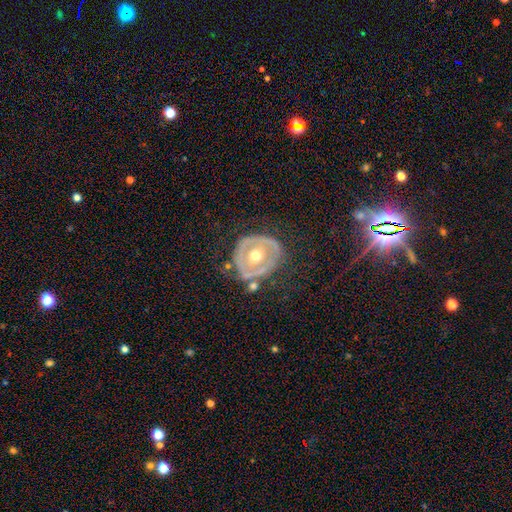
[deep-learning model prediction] Q: Smooth or featured?
A: featured or disk (66%); runner-up: smooth (27%)
Q: Edge-on disk?
A: no (95%); runner-up: yes (5%)
Q: Bar?
A: no (78%); runner-up: weak (15%)
Q: Spiral arms?
A: no (74%); runner-up: yes (26%)
Q: Bulge size?
A: moderate (79%); runner-up: small (14%)
Q: Merging?
A: none (66%); runner-up: minor disturbance (20%)